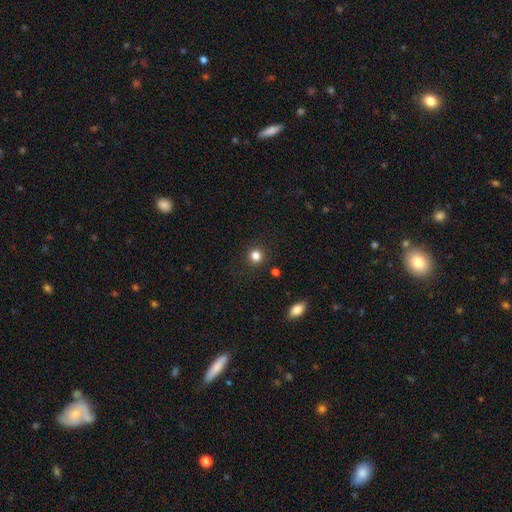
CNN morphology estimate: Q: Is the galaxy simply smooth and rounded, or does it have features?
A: smooth — 82%.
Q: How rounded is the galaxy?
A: round — 91%.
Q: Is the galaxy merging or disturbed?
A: none — 89%.